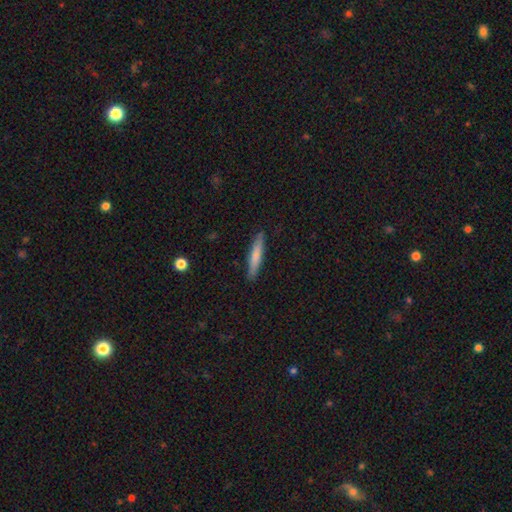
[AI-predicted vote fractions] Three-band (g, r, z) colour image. It shows a smooth galaxy with no disk features (72%) that is cigar-shaped (91%). Merging: none (88%).